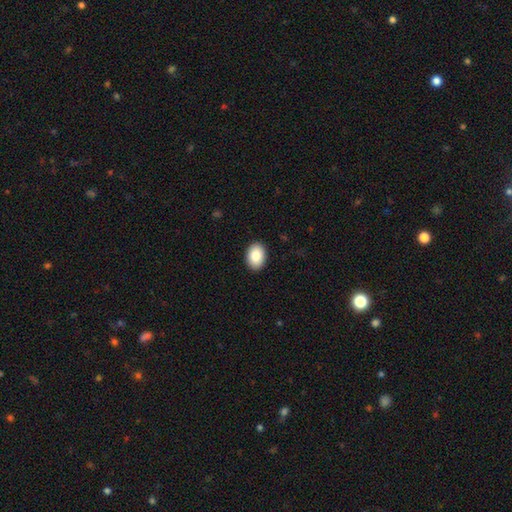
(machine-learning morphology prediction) smooth_or_featured: smooth (p=0.87) [alt: star or artifact p=0.07]
how_rounded: in between (p=0.81) [alt: round p=0.18]
merging: none (p=0.91) [alt: minor disturbance p=0.07]